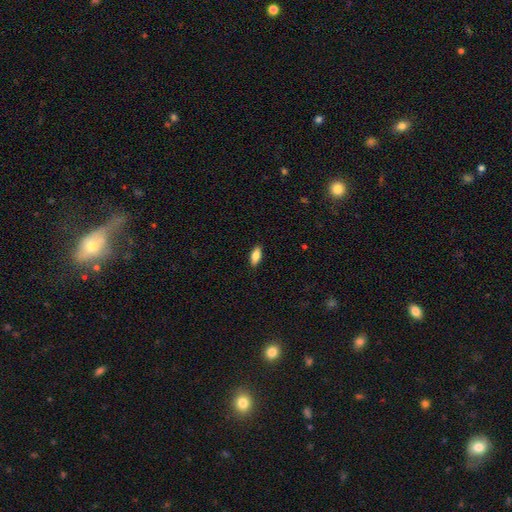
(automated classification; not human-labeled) smooth 79%, featured or disk 14%, star or artifact 7%. Down the decision tree: how rounded — in between (82%); merging — none (89%).